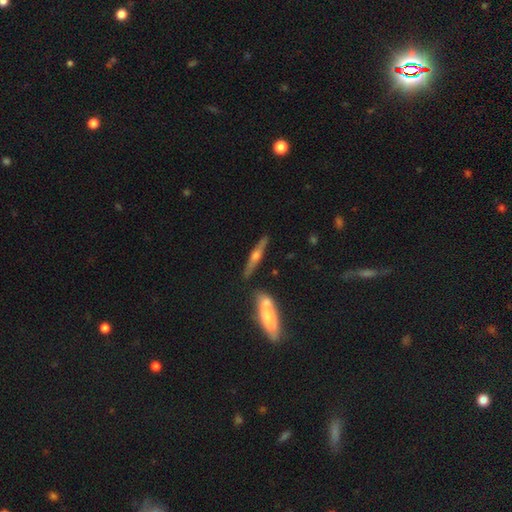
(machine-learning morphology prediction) A featured or disk galaxy (67%) viewed edge-on (96%) with a rounded central bulge (90%). Merging: none (81%).